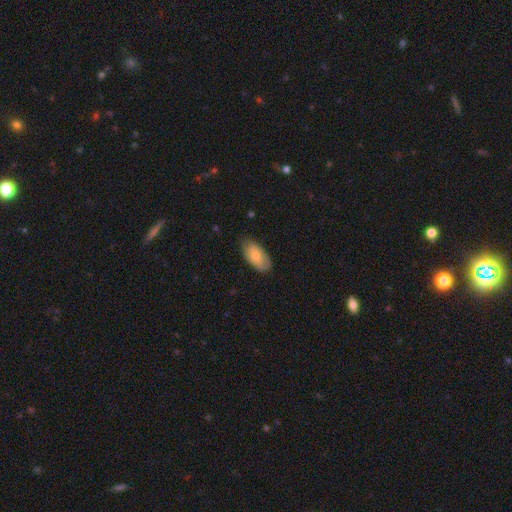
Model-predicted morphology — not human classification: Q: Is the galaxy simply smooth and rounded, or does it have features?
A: smooth — 78%.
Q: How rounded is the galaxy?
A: in between — 93%.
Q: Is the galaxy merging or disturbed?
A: none — 76%.